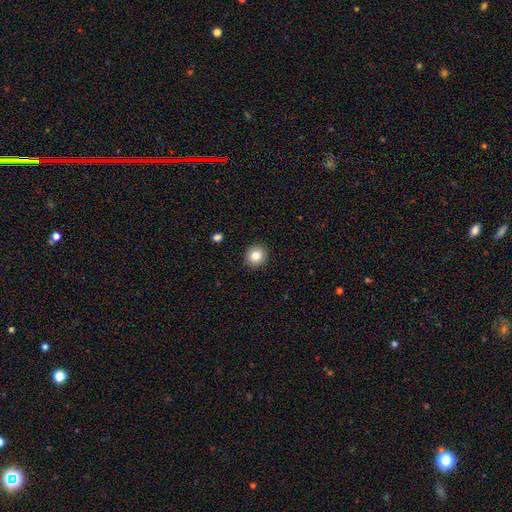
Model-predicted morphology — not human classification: type=smooth (83%); roundness=round (86%); merging=none (91%).